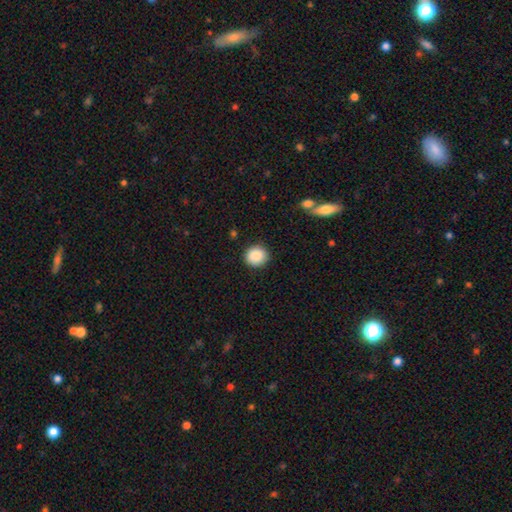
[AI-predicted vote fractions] This is clearly a smooth galaxy (88%). How rounded: clearly round (90%). Merging: clearly none (91%).